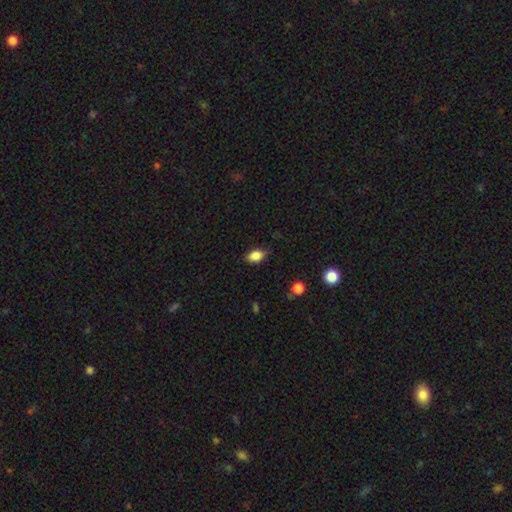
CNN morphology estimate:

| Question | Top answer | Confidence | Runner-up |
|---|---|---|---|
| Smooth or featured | smooth | 85% | star or artifact (9%) |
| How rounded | in between | 85% | round (13%) |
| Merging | none | 79% | minor disturbance (17%) |